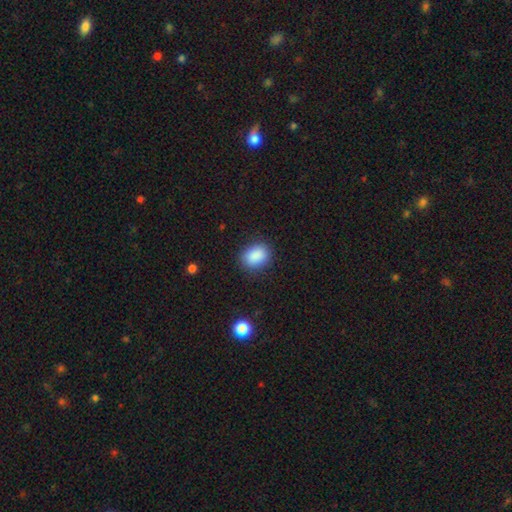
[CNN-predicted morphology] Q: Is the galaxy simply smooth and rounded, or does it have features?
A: smooth — 88%.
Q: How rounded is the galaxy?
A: in between — 66%.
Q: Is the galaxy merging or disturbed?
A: none — 86%.